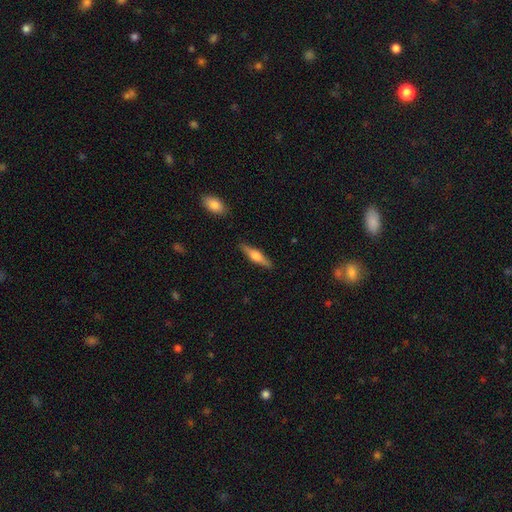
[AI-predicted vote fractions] featured or disk 57%, smooth 38%, star or artifact 6%. Down the decision tree: edge-on disk — yes (96%); edge-on bulge — rounded (89%); merging — none (88%).